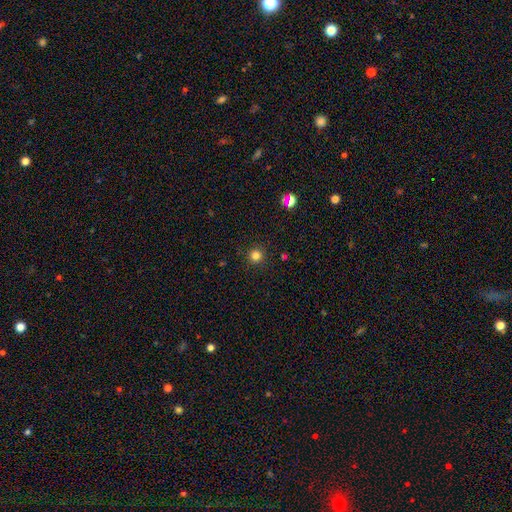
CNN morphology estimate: type=smooth (82%); roundness=round (95%); merging=none (92%).